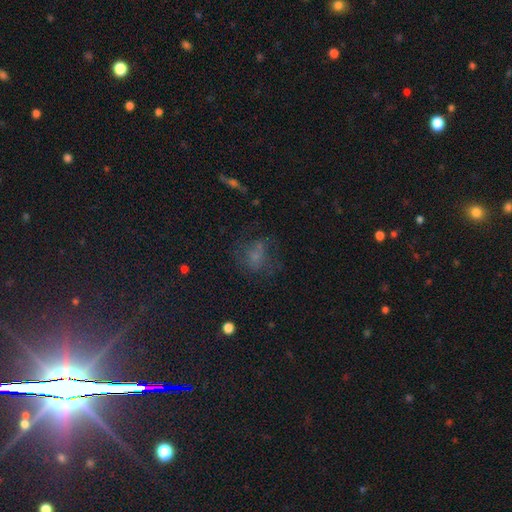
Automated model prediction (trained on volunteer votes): The model was most divided on "smooth or featured": smooth: 48%, featured or disk: 29%, star or artifact: 23%. Remaining: merging — none (48%).